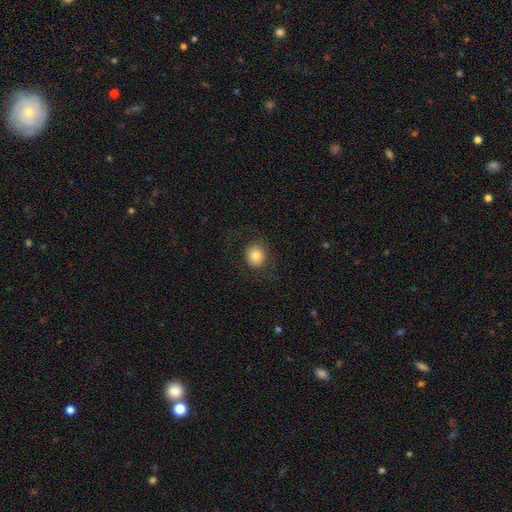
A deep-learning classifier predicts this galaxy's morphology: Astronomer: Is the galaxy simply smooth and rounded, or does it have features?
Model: smooth — 78%.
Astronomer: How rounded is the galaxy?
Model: round — 79%.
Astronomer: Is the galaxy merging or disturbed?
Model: none — 84%.